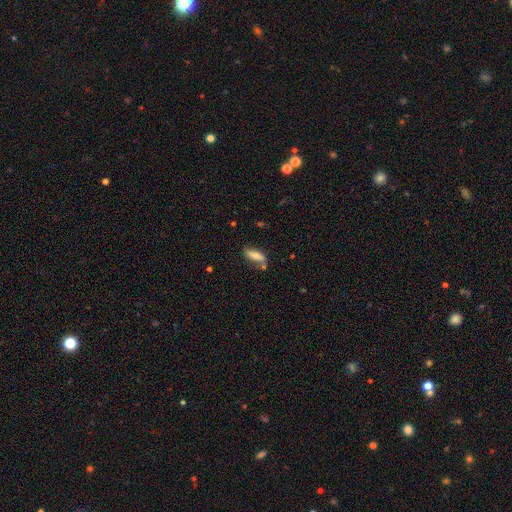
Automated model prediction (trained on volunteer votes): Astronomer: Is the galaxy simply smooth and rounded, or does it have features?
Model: smooth — 62%.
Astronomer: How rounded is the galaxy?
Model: in between — 59% (runner-up: cigar-shaped, 38%).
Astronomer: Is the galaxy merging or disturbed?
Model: none — 63%.